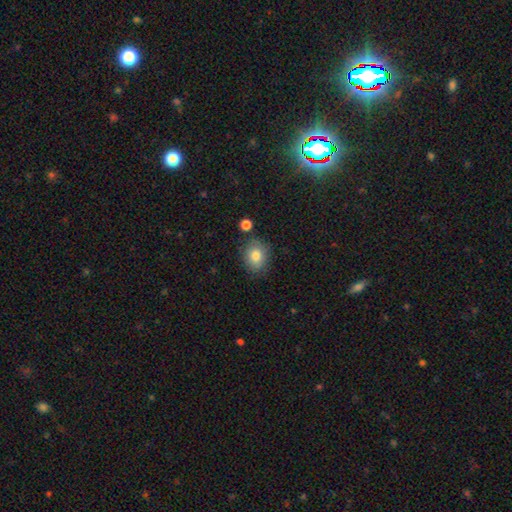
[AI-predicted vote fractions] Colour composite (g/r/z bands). It shows a smooth galaxy with no disk features (81%) that is round (50%). Merging: none (79%).